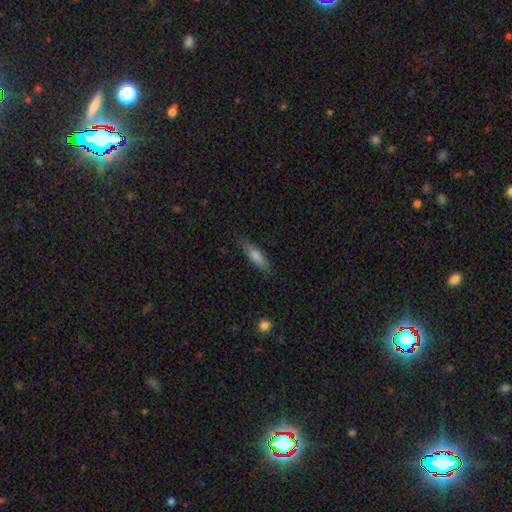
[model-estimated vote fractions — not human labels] Smooth or featured? Predicted: smooth (p=0.69). How rounded? Predicted: cigar-shaped (p=0.74). Merging? Predicted: none (p=0.83).